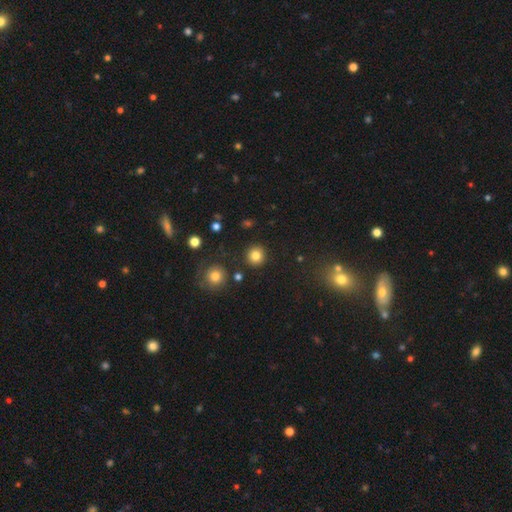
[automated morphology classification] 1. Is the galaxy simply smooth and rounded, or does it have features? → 83% smooth, 12% star or artifact, 5% featured or disk.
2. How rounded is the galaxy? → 94% round, 5% in between, 1% cigar-shaped.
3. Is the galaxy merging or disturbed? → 90% none, 5% minor disturbance, 2% merger, 2% major disturbance.